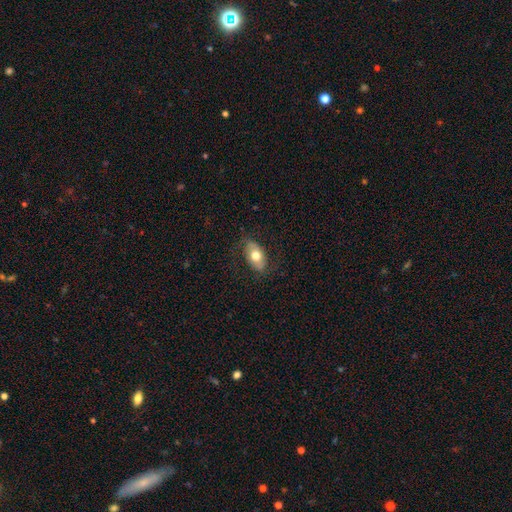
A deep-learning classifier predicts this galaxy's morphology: Smooth or featured?
  - smooth: 62% *
  - featured or disk: 31%
  - star or artifact: 7%
How rounded?
  - in between: 90% *
  - round: 8%
  - cigar-shaped: 2%
Merging?
  - none: 76% *
  - minor disturbance: 16%
  - major disturbance: 7%
  - merger: 1%